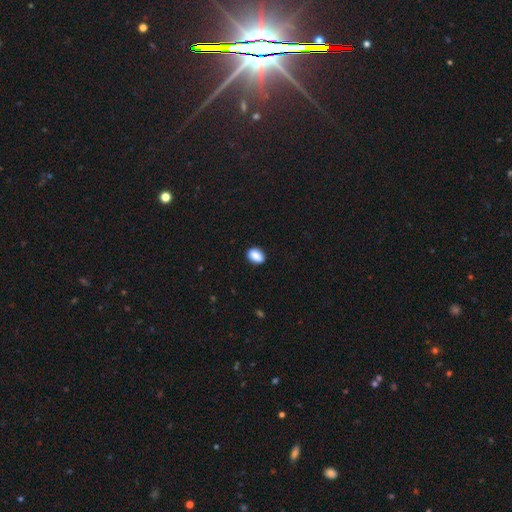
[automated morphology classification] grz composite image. It shows a smooth galaxy with no disk features (87%) that is in between round and cigar-shaped (78%). Merging: none (87%).